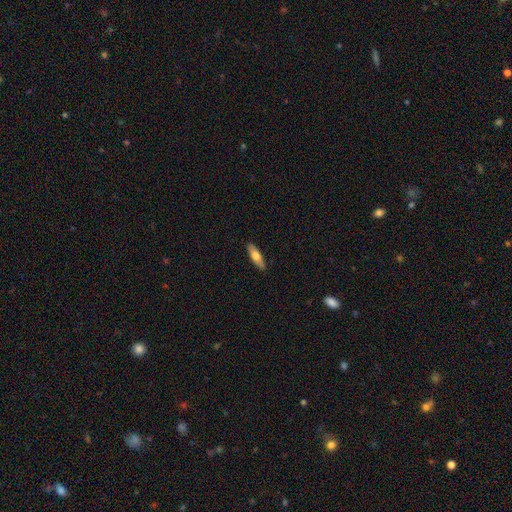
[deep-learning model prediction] Overall: smooth (64%; featured or disk 30%). How rounded: cigar-shaped (53%; in between 45%). Merging: none (89%).